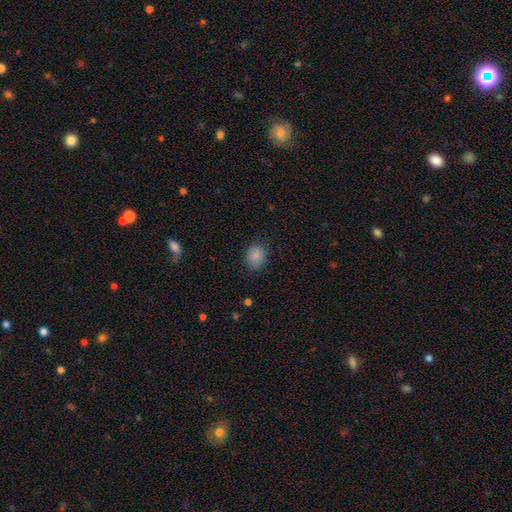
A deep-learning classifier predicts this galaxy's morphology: A smooth galaxy with no disk features (87%) that is round (56%). Merging: none (81%).